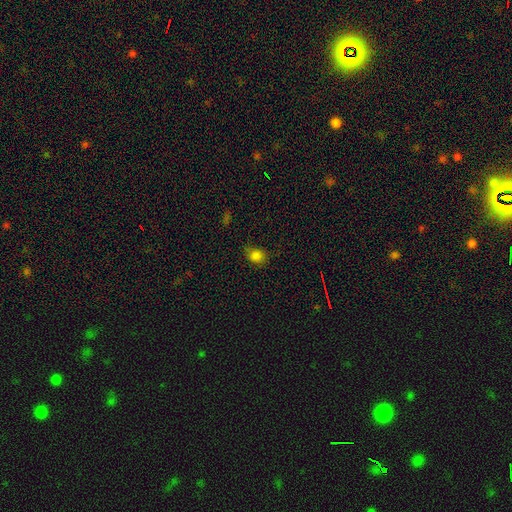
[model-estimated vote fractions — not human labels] smooth_or_featured: smooth (p=0.80) [alt: star or artifact p=0.16]
how_rounded: round (p=0.60) [alt: in between p=0.38]
merging: none (p=0.69) [alt: minor disturbance p=0.23]